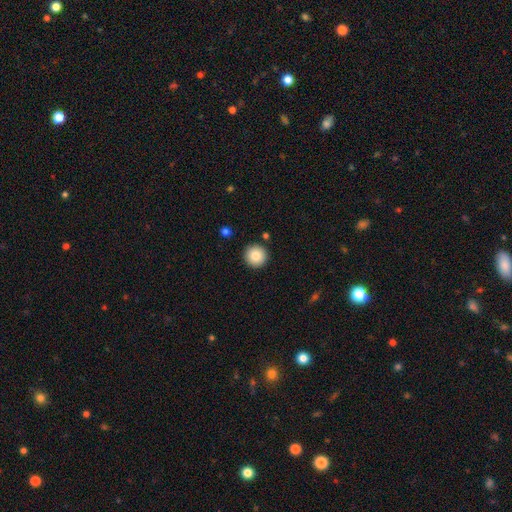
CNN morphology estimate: smooth-or-featured: smooth: 84% | star or artifact: 9% | featured or disk: 8%
  how-rounded: round: 96% | in between: 3% | cigar-shaped: 1%
  merging: none: 91% | minor disturbance: 5% | merger: 2% | major disturbance: 2%